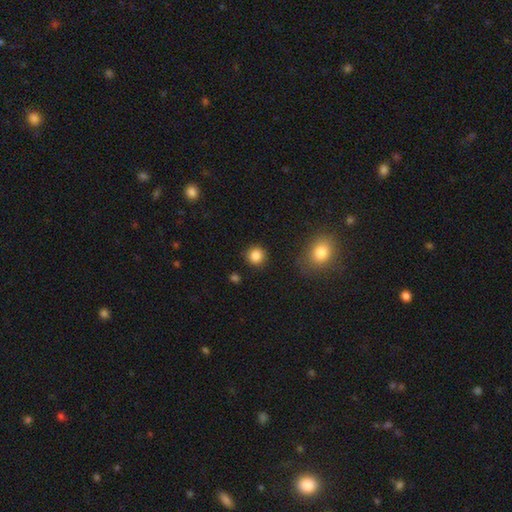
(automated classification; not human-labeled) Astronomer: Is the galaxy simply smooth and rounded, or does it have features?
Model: smooth — 86%.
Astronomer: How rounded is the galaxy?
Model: round — 92%.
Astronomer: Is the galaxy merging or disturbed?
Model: none — 89%.